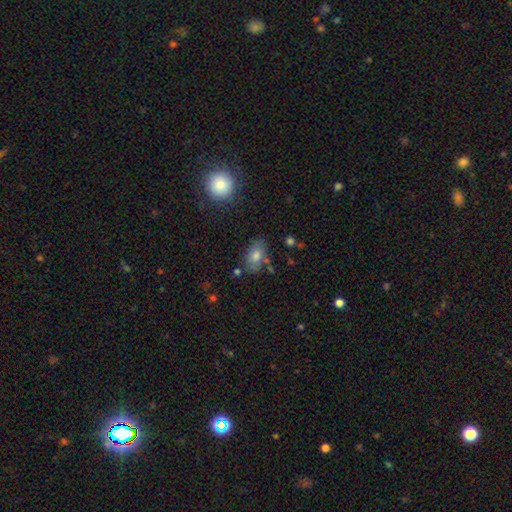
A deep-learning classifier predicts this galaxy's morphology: Overall: smooth (75%). How rounded: in between (87%). Merging: none (73%).